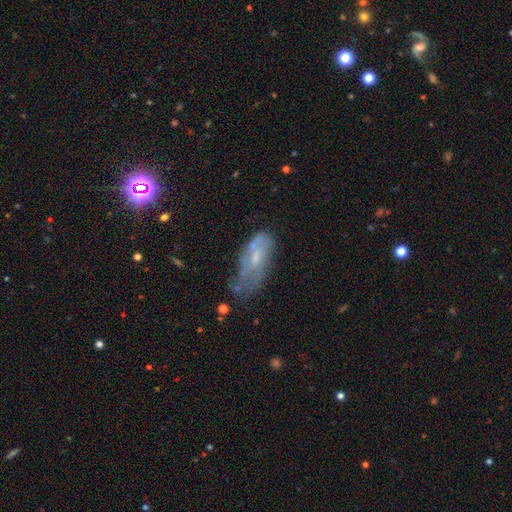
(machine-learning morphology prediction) Smooth or featured: featured or disk — 51% (smooth — 39%)
Edge-on disk: no — 88% (yes — 12%)
Merging: none — 39% (minor disturbance — 34%)